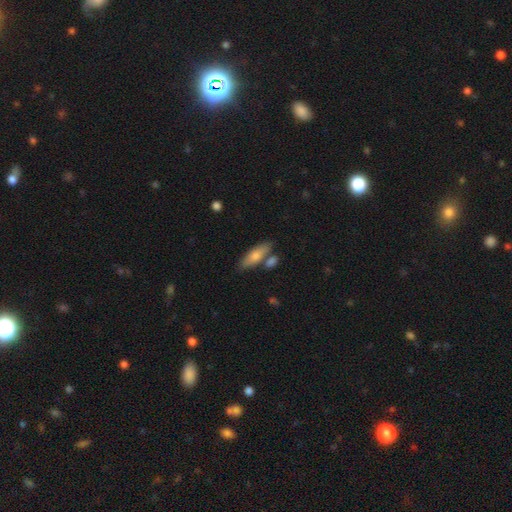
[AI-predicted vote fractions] Smooth or featured: smooth — 72% (featured or disk — 23%)
How rounded: in between — 57% (cigar-shaped — 40%)
Merging: none — 68% (merger — 16%)